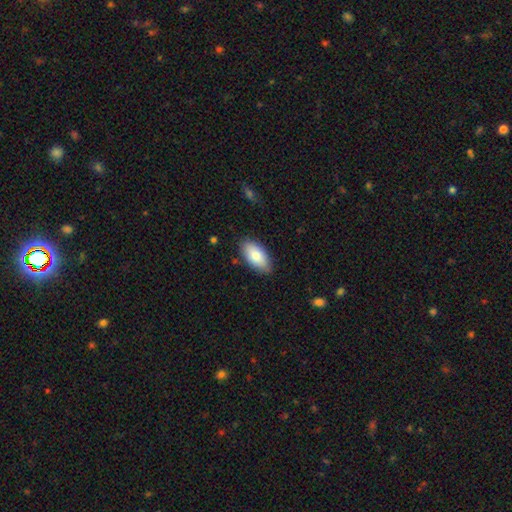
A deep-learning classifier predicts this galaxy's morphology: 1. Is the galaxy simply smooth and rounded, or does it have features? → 80% smooth, 14% featured or disk, 6% star or artifact.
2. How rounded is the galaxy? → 93% in between, 4% cigar-shaped, 3% round.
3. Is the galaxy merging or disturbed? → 85% none, 12% minor disturbance, 2% major disturbance, 1% merger.